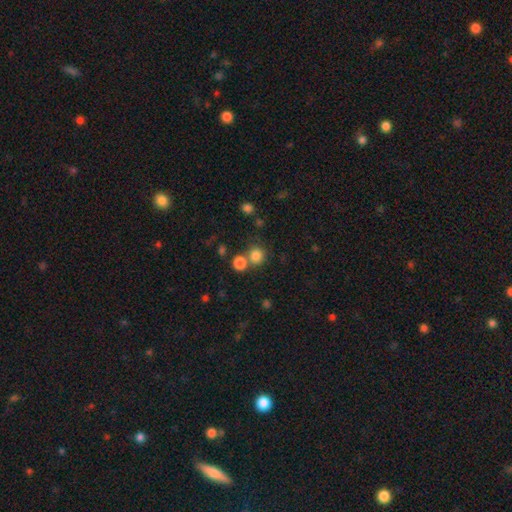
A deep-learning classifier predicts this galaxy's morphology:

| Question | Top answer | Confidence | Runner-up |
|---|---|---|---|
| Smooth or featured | smooth | 81% | star or artifact (13%) |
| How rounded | round | 89% | in between (10%) |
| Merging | none | 62% | merger (28%) |